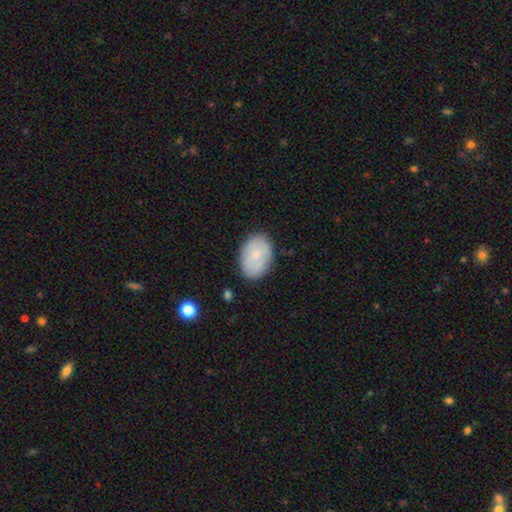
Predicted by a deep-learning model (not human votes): A smooth galaxy with no disk features (66%) that is in between round and cigar-shaped (84%). Merging: none (84%).